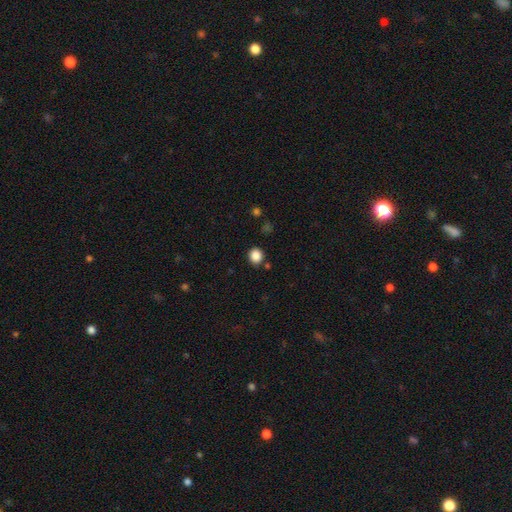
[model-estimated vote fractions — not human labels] smooth-or-featured: smooth: 86% | star or artifact: 11% | featured or disk: 4%
  how-rounded: round: 83% | in between: 16% | cigar-shaped: 1%
  merging: none: 87% | minor disturbance: 7% | merger: 4% | major disturbance: 2%